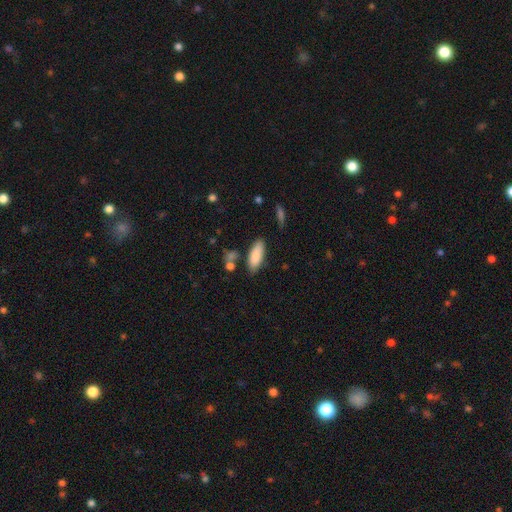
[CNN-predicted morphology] Smooth or featured? smooth (87%)
How rounded? in between (75%)
Merging? none (77%)